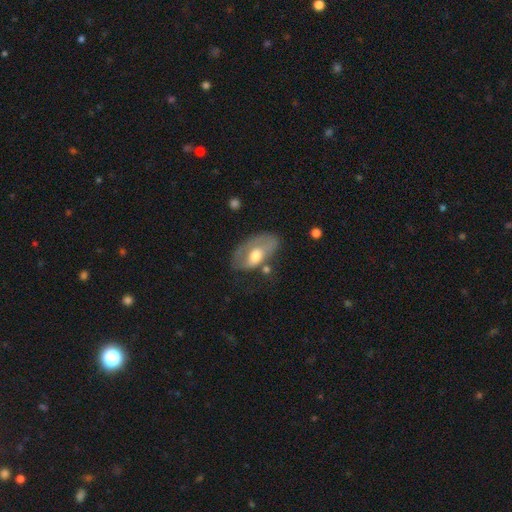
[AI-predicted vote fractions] This appears to be a smooth galaxy with no disk features (48%). Merging: none (40%).